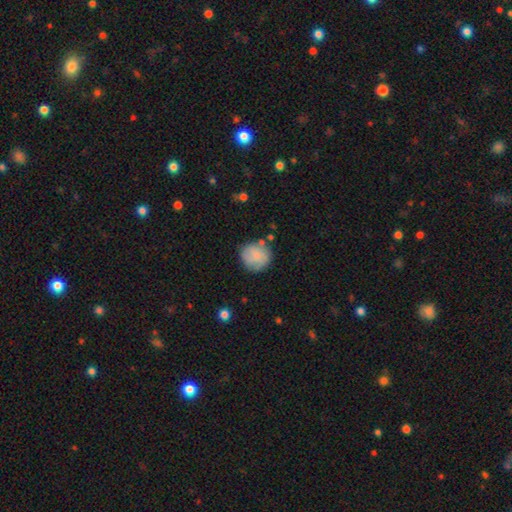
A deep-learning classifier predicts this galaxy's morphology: This is likely a smooth galaxy (77%). How rounded: clearly round (89%). Merging: likely none (70%).